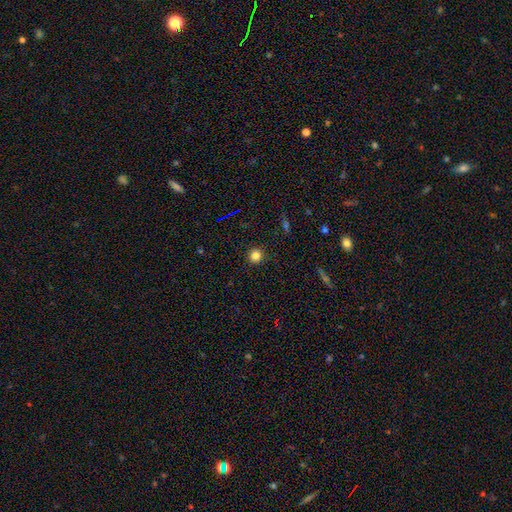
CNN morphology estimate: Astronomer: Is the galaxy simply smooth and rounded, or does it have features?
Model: smooth — 81%.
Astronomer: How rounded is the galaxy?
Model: round — 93%.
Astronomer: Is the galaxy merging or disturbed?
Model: none — 92%.